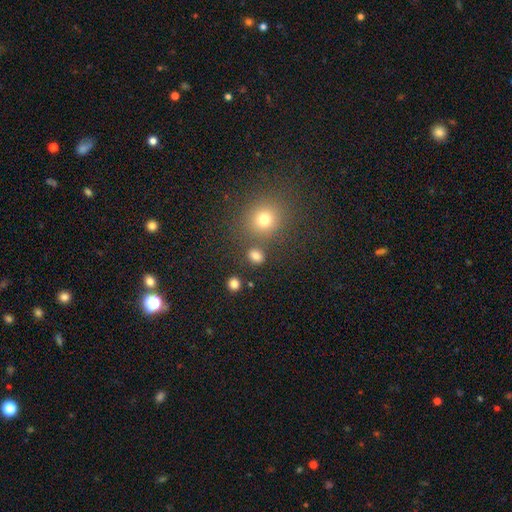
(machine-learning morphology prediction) type=smooth (80%); roundness=round (56%); merging=none (78%).